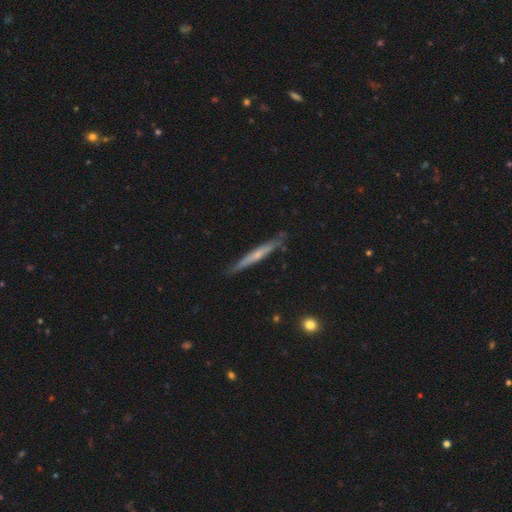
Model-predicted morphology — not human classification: Smooth or featured?
  - featured or disk: 57% *
  - smooth: 37%
  - star or artifact: 6%
Edge-on disk?
  - yes: 94% *
  - no: 6%
Edge-on bulge?
  - rounded: 49% *
  - none: 46%
  - boxy: 5%
Merging?
  - none: 83% *
  - minor disturbance: 13%
  - major disturbance: 2%
  - merger: 2%